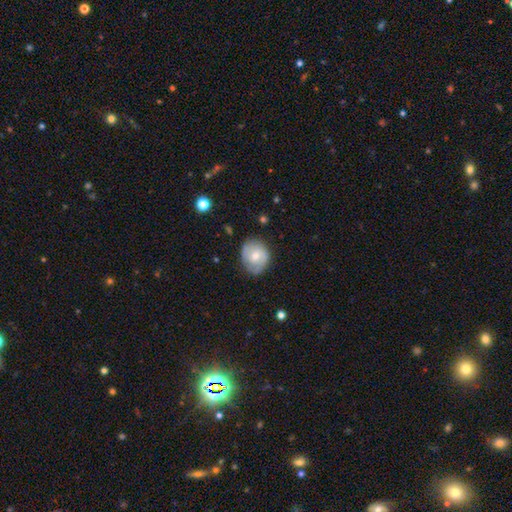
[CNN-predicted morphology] Overall: smooth (48%; featured or disk 45%). Merging: none (75%).